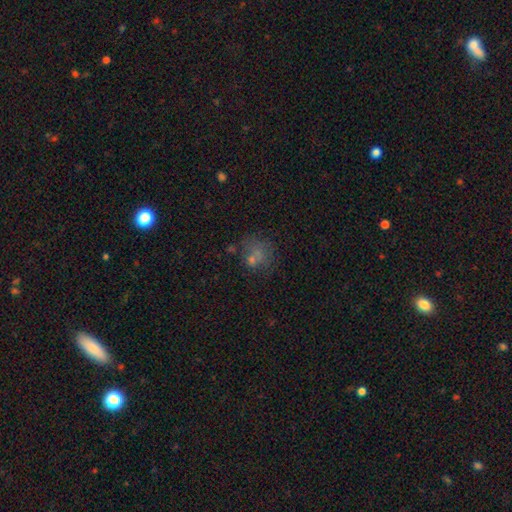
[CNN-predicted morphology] Smooth or featured?
  - smooth: 54% *
  - featured or disk: 25%
  - star or artifact: 22%
How rounded?
  - round: 68% *
  - in between: 31%
  - cigar-shaped: 1%
Merging?
  - none: 44% *
  - merger: 19%
  - major disturbance: 19%
  - minor disturbance: 18%